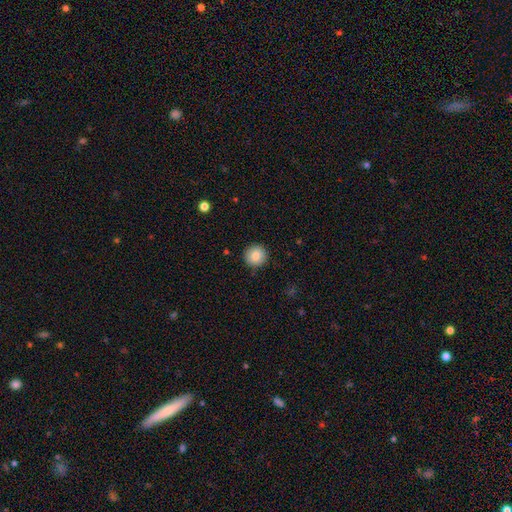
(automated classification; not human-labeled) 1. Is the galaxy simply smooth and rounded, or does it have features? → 85% smooth, 9% star or artifact, 7% featured or disk.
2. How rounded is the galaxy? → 95% round, 4% in between, 1% cigar-shaped.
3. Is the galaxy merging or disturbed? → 91% none, 6% minor disturbance, 2% major disturbance, 1% merger.